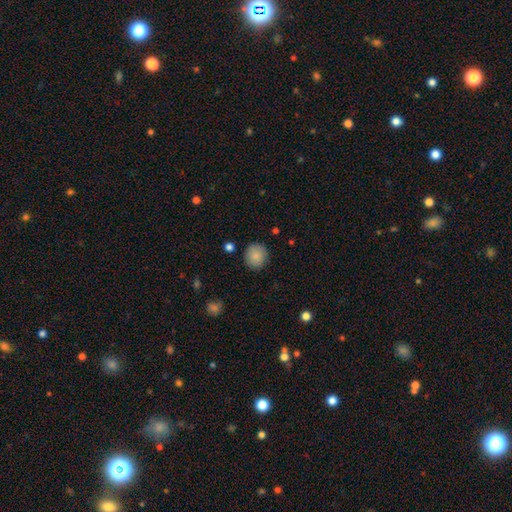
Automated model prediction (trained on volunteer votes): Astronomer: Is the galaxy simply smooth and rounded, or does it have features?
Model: smooth — 87%.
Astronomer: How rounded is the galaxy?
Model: round — 82%.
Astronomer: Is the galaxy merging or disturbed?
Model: none — 87%.